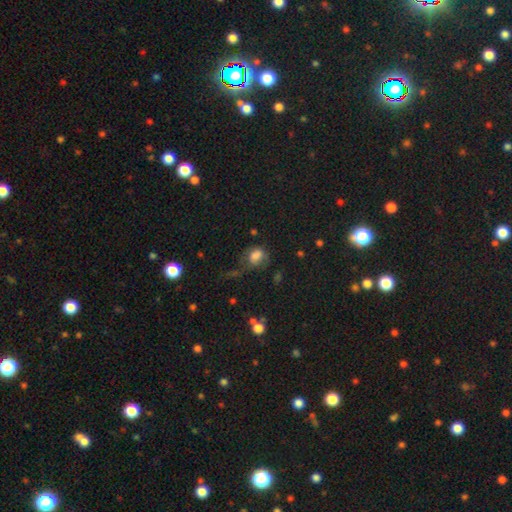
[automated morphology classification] This is likely a smooth galaxy (75%). How rounded: possibly in between (60%). Merging: marginally none (37%).